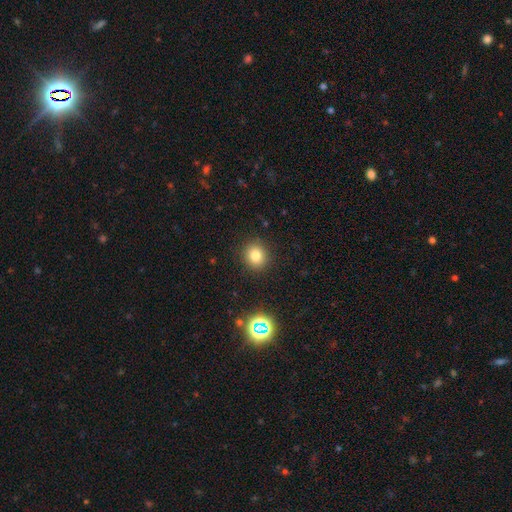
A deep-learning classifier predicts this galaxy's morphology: Overall: smooth (78%). How rounded: round (86%). Merging: none (90%).